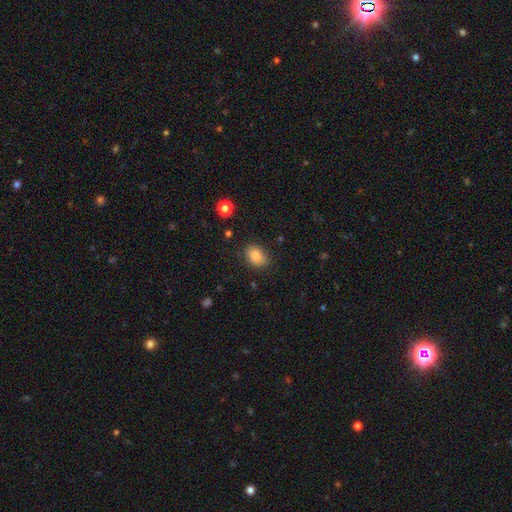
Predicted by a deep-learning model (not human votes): A smooth galaxy with no disk features (86%) that is in between round and cigar-shaped (76%). Merging: none (78%).